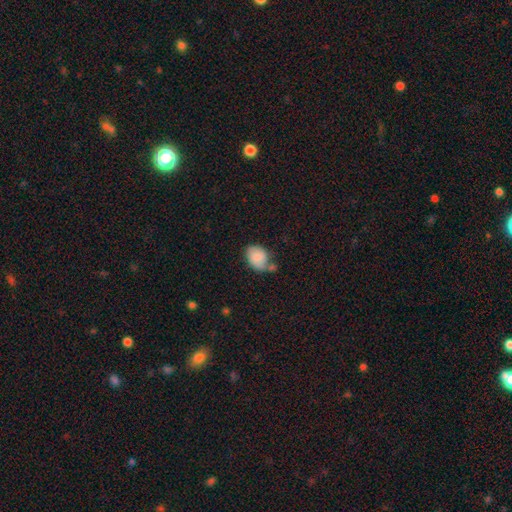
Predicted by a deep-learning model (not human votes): Overall: smooth (83%). How rounded: in between (70%). Merging: none (45%; minor disturbance 26%).